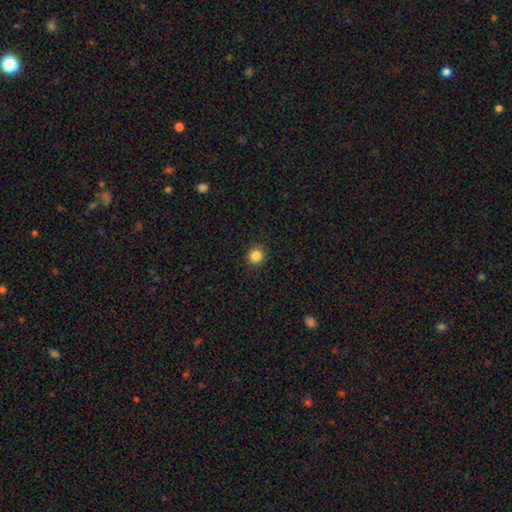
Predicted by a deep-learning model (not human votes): smooth 85%, star or artifact 11%, featured or disk 4%. Down the decision tree: how rounded — round (94%); merging — none (93%).